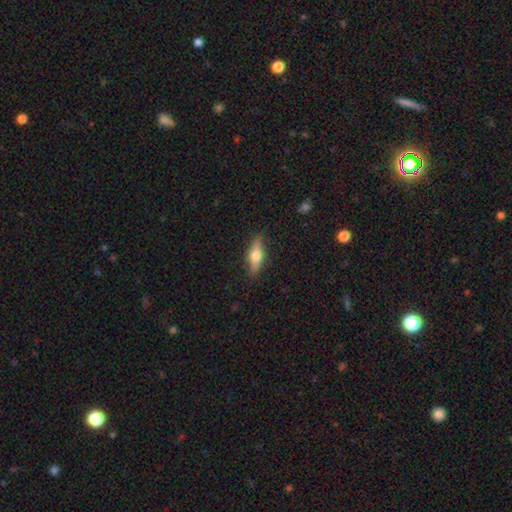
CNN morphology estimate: smooth_or_featured: smooth (p=0.49) [alt: featured or disk p=0.44]
merging: none (p=0.85) [alt: minor disturbance p=0.12]